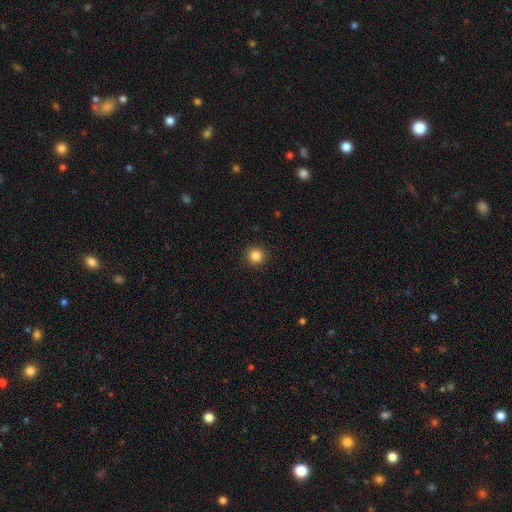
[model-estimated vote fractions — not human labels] smooth 85%, star or artifact 11%, featured or disk 4%. Down the decision tree: how rounded — round (94%); merging — none (92%).